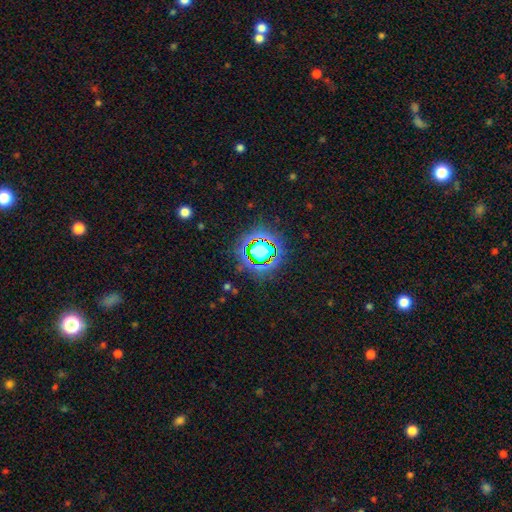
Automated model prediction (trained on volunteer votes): smooth-or-featured: star or artifact: 70% | smooth: 20% | featured or disk: 10%